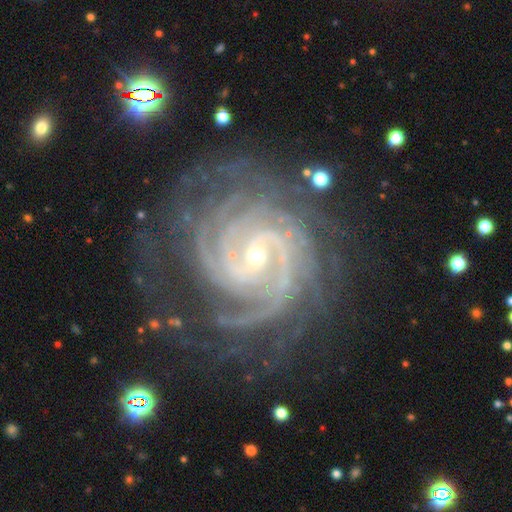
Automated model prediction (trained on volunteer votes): Morphology: type=featured or disk (93%); edge-on=no (98%); bar=no (39%, tied with weak); spiral arms=yes (99%); winding=tight (78%); arm count=4 (27%); bulge=small (72%); merging=none (71%).